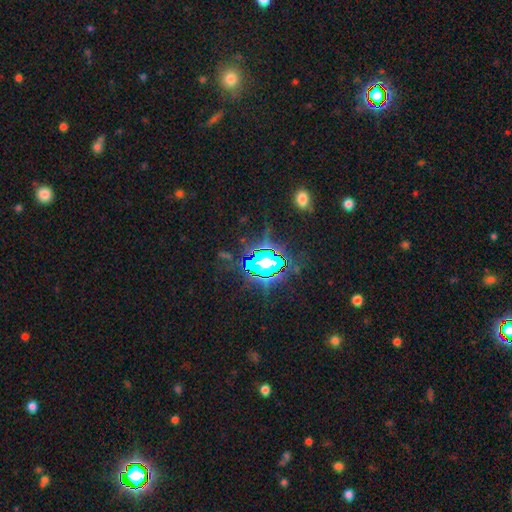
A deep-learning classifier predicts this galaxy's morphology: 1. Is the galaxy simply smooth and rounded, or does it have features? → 72% star or artifact, 15% smooth, 13% featured or disk.